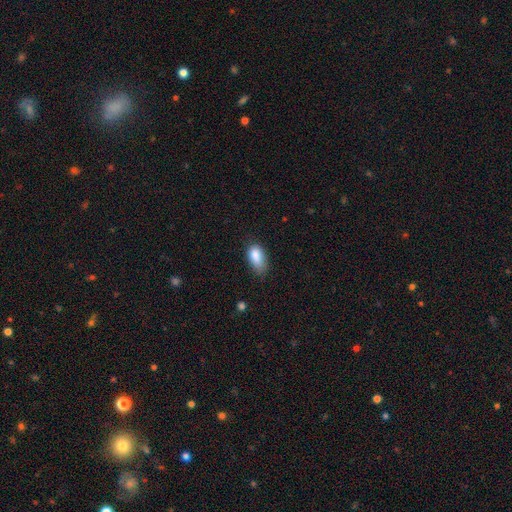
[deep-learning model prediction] A smooth galaxy with no disk features (86%) that is in between round and cigar-shaped (91%).

Vote fractions:
- Smooth or featured? smooth: 86% / star or artifact: 8% / featured or disk: 6%
- How rounded? in between: 91% / round: 6% / cigar-shaped: 3%
- Merging? none: 52% / minor disturbance: 37% / major disturbance: 9% / merger: 2%